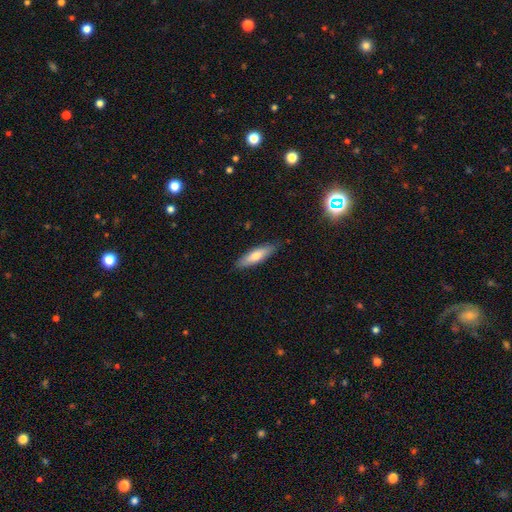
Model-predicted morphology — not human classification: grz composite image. It shows a smooth galaxy with no disk features (68%) that is cigar-shaped (64%). Merging: none (86%).